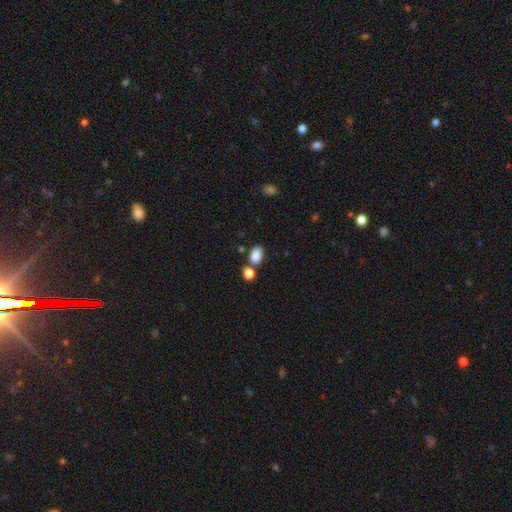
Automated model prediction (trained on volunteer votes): A smooth galaxy with no disk features (86%) that is in between round and cigar-shaped (84%).

Vote fractions:
- Smooth or featured? smooth: 86% / star or artifact: 9% / featured or disk: 5%
- How rounded? in between: 84% / round: 14% / cigar-shaped: 1%
- Merging? none: 62% / merger: 22% / minor disturbance: 12% / major disturbance: 4%